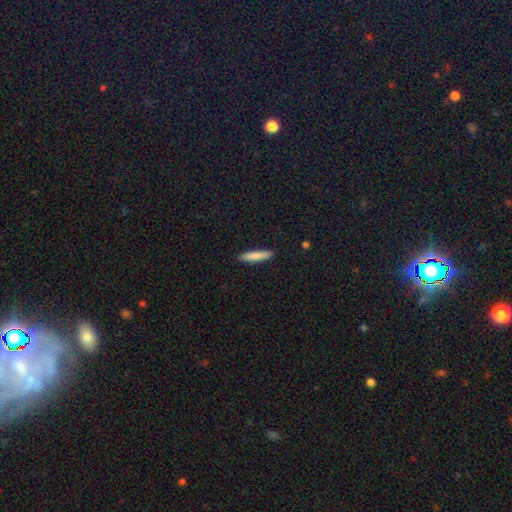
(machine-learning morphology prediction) Smooth or featured? Predicted: smooth (p=0.83). How rounded? Predicted: cigar-shaped (p=0.90). Merging? Predicted: none (p=0.90).